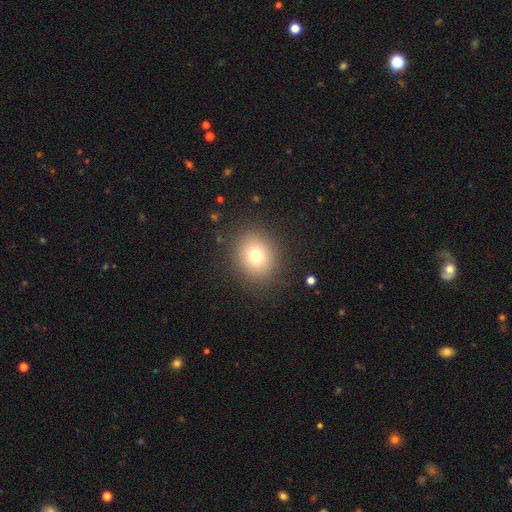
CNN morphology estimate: This is likely a smooth galaxy (76%). How rounded: likely round (66%). Merging: clearly none (87%).